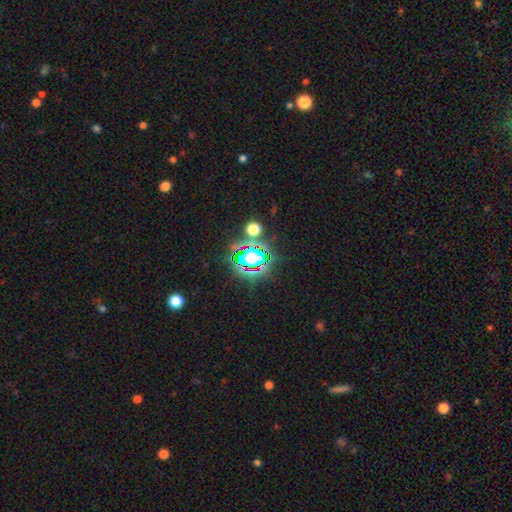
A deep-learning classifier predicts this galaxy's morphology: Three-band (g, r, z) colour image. It shows a star or artifact, not a galaxy (65%).